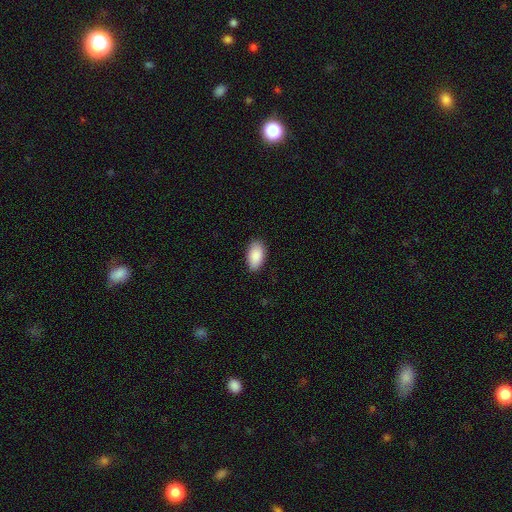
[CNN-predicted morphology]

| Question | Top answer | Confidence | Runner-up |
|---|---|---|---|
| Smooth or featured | smooth | 90% | star or artifact (6%) |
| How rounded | in between | 95% | round (3%) |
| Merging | none | 87% | minor disturbance (10%) |